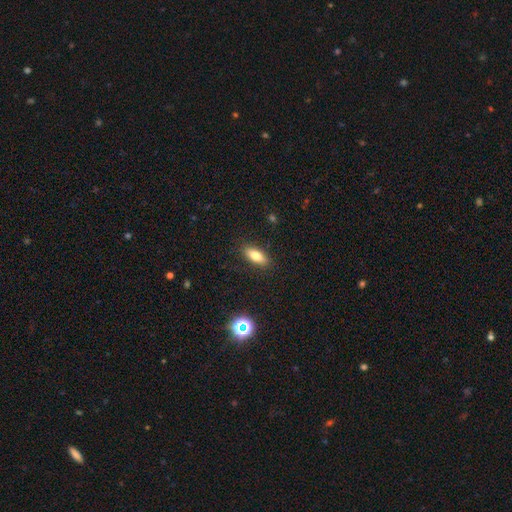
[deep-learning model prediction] smooth_or_featured: smooth (p=0.75) [alt: featured or disk p=0.16]
how_rounded: in between (p=0.77) [alt: cigar-shaped p=0.19]
merging: none (p=0.88) [alt: minor disturbance p=0.09]